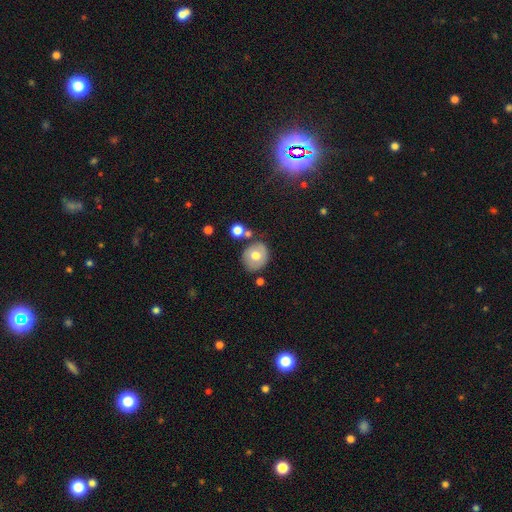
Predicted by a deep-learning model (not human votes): This is likely a smooth galaxy (66%). How rounded: likely round (68%). Merging: likely none (72%).